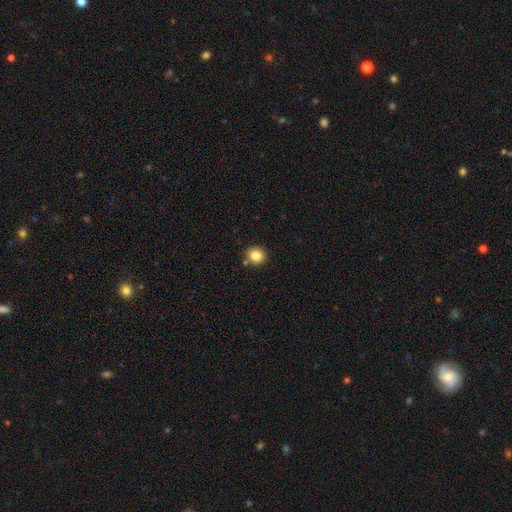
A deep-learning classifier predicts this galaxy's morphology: smooth 83%, star or artifact 10%, featured or disk 6%. Down the decision tree: how rounded — round (84%); merging — none (83%).